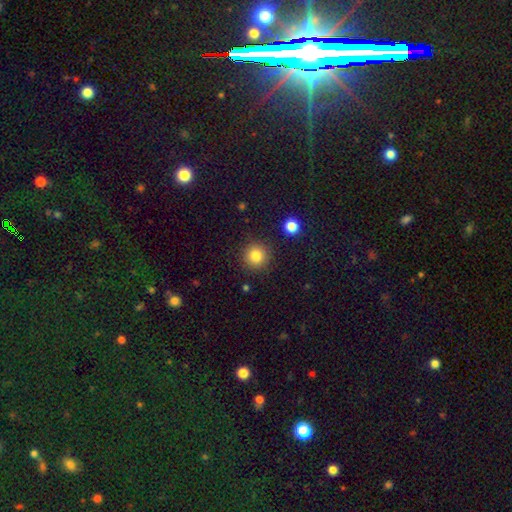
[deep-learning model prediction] Q: Smooth or featured?
A: smooth (82%); runner-up: star or artifact (11%)
Q: How rounded?
A: round (95%); runner-up: in between (4%)
Q: Merging?
A: none (89%); runner-up: minor disturbance (6%)